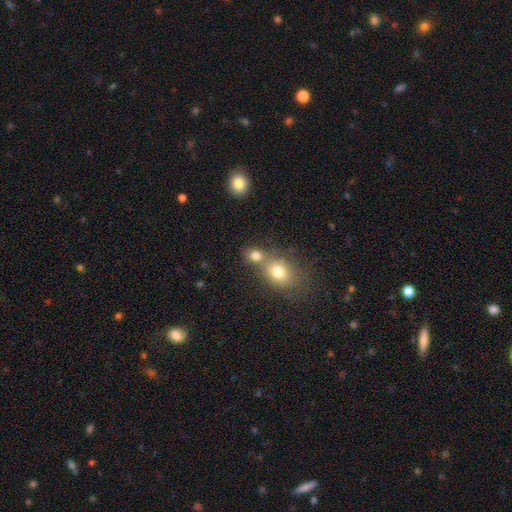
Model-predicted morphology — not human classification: Smooth or featured?
  - smooth: 78% *
  - star or artifact: 13%
  - featured or disk: 10%
How rounded?
  - round: 56% *
  - in between: 43%
  - cigar-shaped: 2%
Merging?
  - merger: 46% *
  - none: 42%
  - minor disturbance: 8%
  - major disturbance: 4%